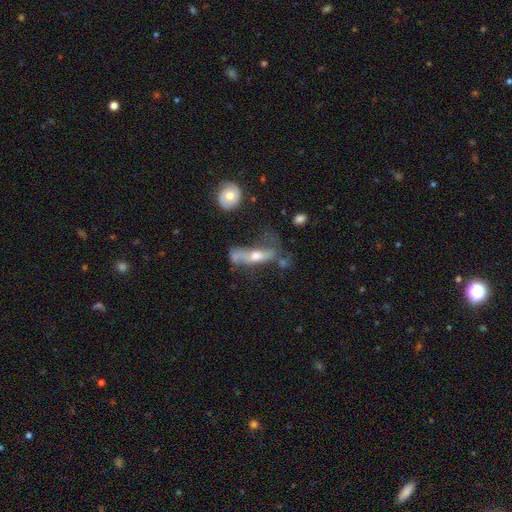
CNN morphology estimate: type=featured or disk (58%); edge-on=yes (50%, tied with no); merging=major disturbance (35%).